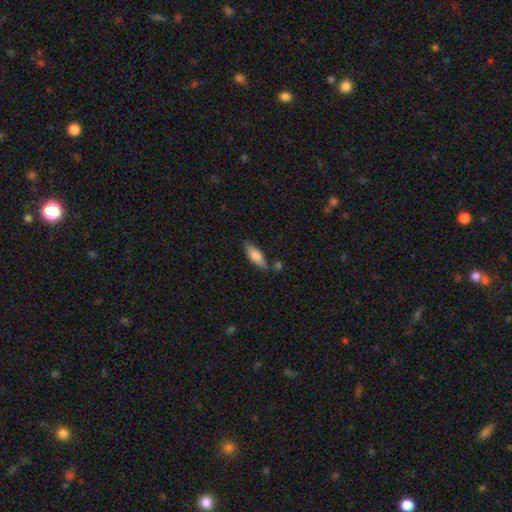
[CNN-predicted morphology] Smooth or featured?
  - smooth: 77% *
  - featured or disk: 17%
  - star or artifact: 6%
How rounded?
  - in between: 66% *
  - cigar-shaped: 32%
  - round: 2%
Merging?
  - none: 71% *
  - minor disturbance: 17%
  - merger: 9%
  - major disturbance: 4%